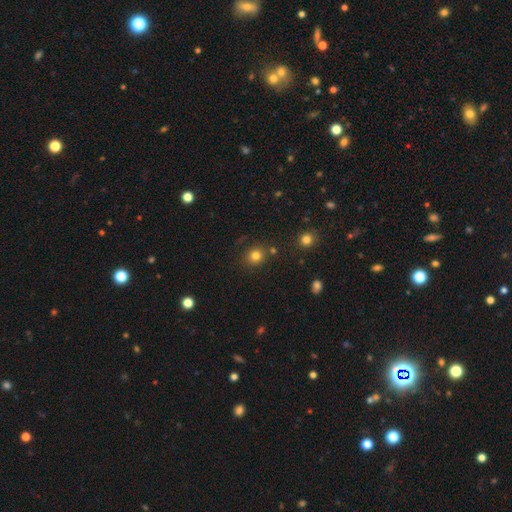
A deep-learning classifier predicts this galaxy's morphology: A smooth galaxy with no disk features (79%) that is round (84%). Merging: none (80%).